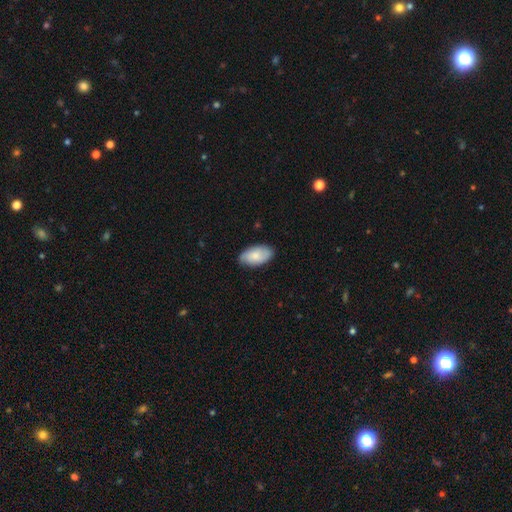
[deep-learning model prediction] Overall: smooth (70%). How rounded: in between (94%). Merging: none (81%).